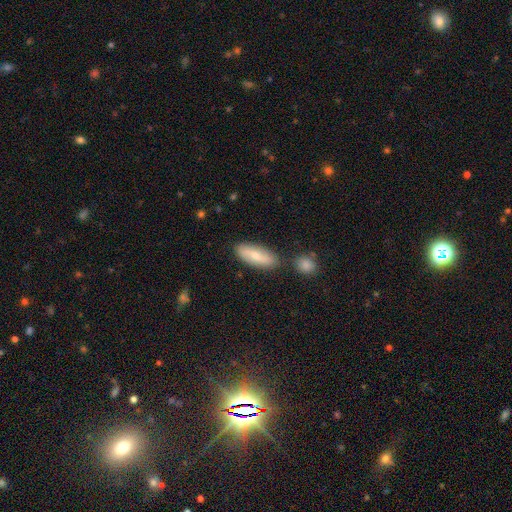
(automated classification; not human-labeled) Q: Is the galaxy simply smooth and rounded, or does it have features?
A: smooth — 65%.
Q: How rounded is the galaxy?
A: in between — 67%.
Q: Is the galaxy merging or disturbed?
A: none — 77%.